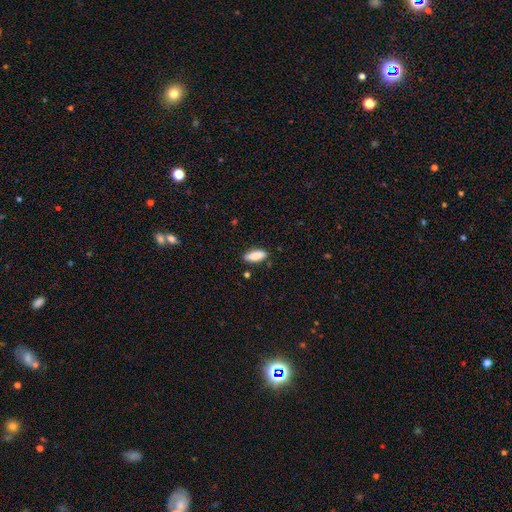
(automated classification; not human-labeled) smooth 86%, featured or disk 8%, star or artifact 6%. Down the decision tree: how rounded — in between (69%); merging — none (85%).